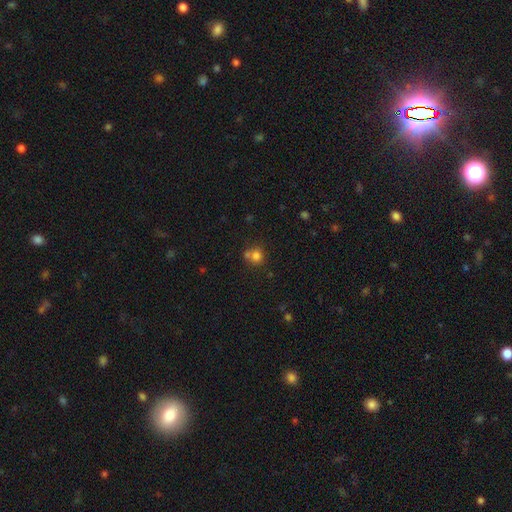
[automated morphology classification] Smooth or featured? smooth (77%)
How rounded? round (84%)
Merging? none (53%)